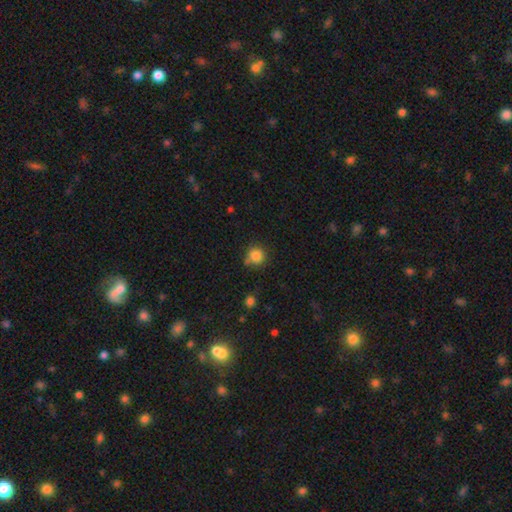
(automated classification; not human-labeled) Morphology: type=smooth (84%); roundness=round (92%); merging=none (71%).